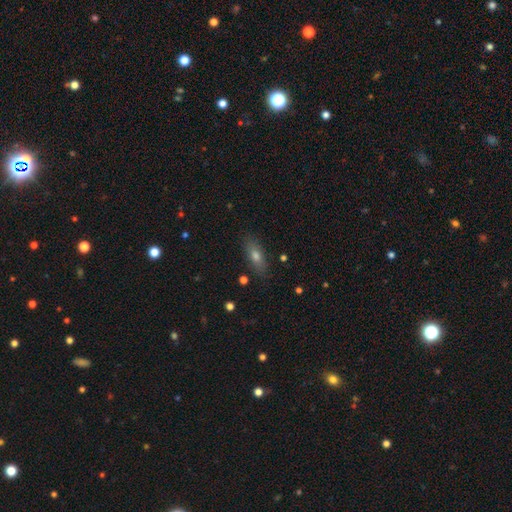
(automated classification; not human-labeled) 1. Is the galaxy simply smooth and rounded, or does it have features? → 66% smooth, 23% featured or disk, 12% star or artifact.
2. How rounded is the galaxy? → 63% in between, 32% cigar-shaped, 5% round.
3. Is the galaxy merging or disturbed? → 85% none, 11% minor disturbance, 3% major disturbance, 2% merger.